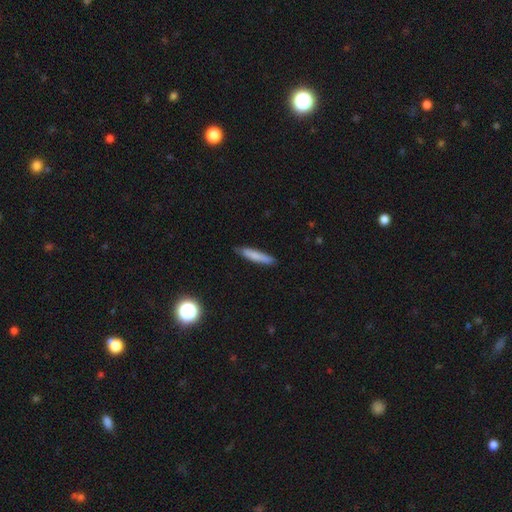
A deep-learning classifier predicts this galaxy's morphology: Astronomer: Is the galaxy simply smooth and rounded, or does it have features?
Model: smooth — 77%.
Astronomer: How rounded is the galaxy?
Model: cigar-shaped — 89%.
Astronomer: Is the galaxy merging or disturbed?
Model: none — 84%.